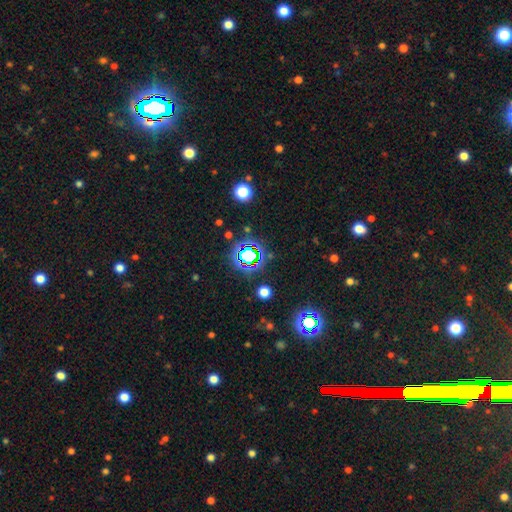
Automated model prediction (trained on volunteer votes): A star or artifact, not a galaxy (67%).

Vote fractions:
- Smooth or featured? star or artifact: 67% / smooth: 22% / featured or disk: 11%